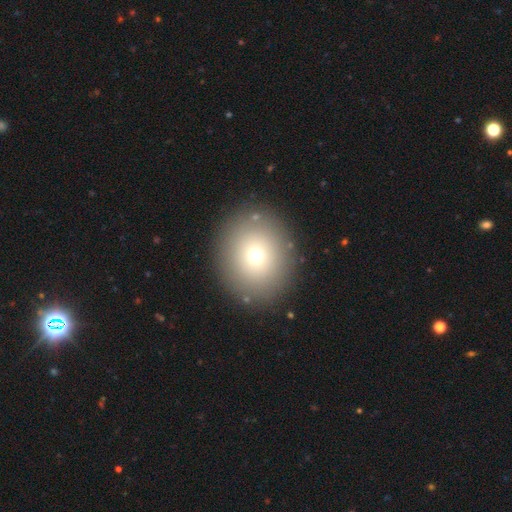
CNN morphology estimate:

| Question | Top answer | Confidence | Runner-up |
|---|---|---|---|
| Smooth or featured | smooth | 71% | star or artifact (14%) |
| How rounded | round | 75% | in between (24%) |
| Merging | none | 88% | minor disturbance (7%) |